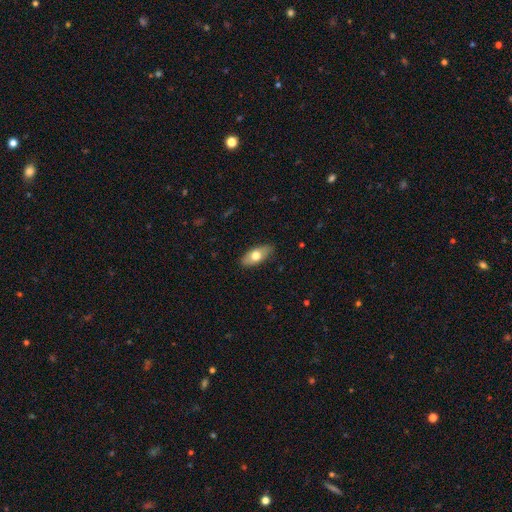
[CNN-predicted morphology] Q: Smooth or featured?
A: smooth (68%); runner-up: featured or disk (26%)
Q: How rounded?
A: in between (86%); runner-up: cigar-shaped (11%)
Q: Merging?
A: none (86%); runner-up: minor disturbance (11%)